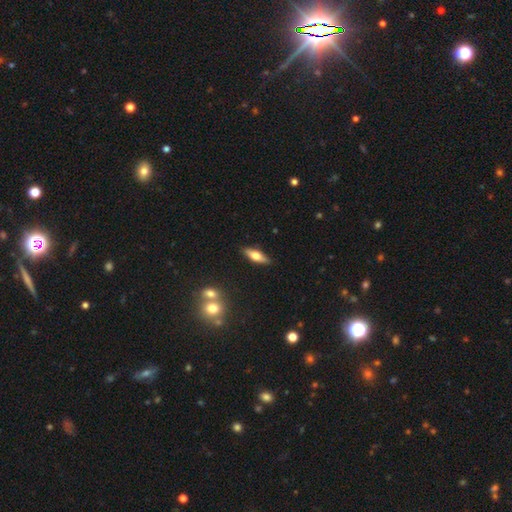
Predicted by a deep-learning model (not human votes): This is possibly a smooth galaxy (54%). How rounded: possibly in between (52%). Merging: clearly none (87%).